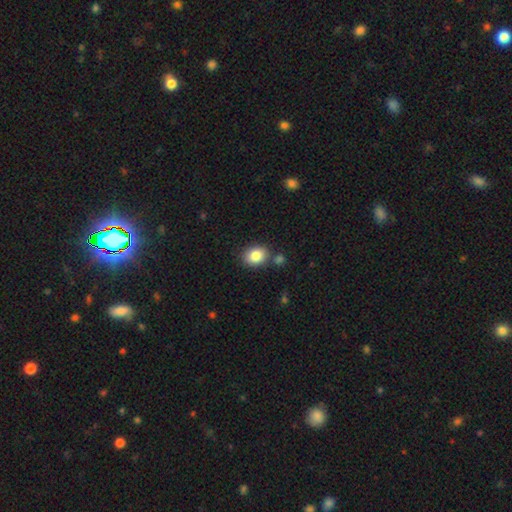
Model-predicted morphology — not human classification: type=smooth (84%); roundness=in between (61%); merging=none (77%).